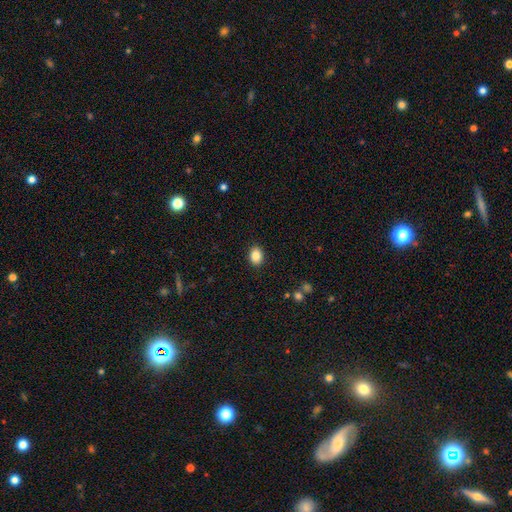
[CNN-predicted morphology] A smooth galaxy with no disk features (86%) that is in between round and cigar-shaped (67%).

Vote fractions:
- Smooth or featured? smooth: 86% / star or artifact: 9% / featured or disk: 5%
- How rounded? in between: 67% / round: 32% / cigar-shaped: 1%
- Merging? none: 90% / minor disturbance: 7% / major disturbance: 2% / merger: 1%